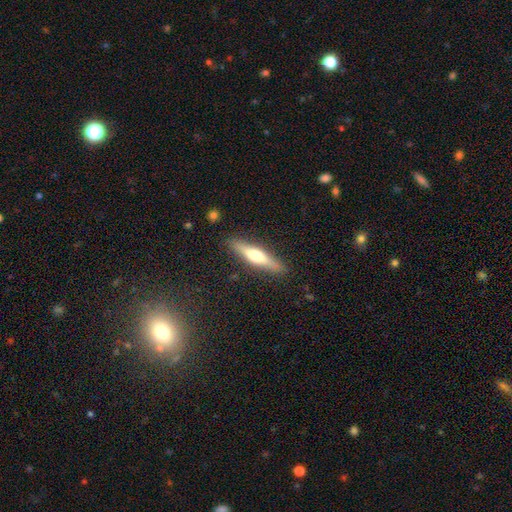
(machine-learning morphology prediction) type=featured or disk (50%); edge-on=yes (93%); merging=none (88%).